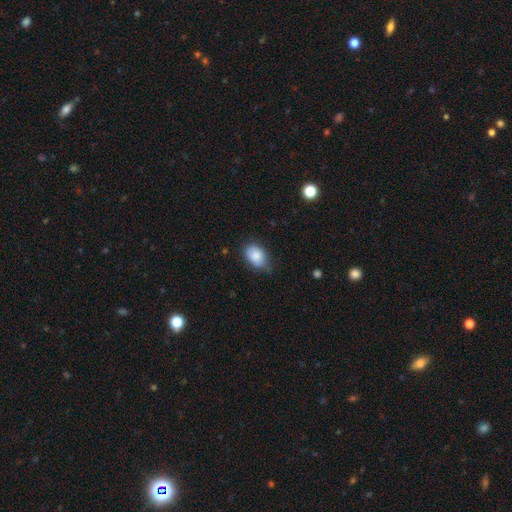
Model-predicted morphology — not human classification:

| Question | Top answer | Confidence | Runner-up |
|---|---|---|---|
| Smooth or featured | smooth | 84% | featured or disk (8%) |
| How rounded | in between | 85% | round (14%) |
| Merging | none | 62% | minor disturbance (31%) |